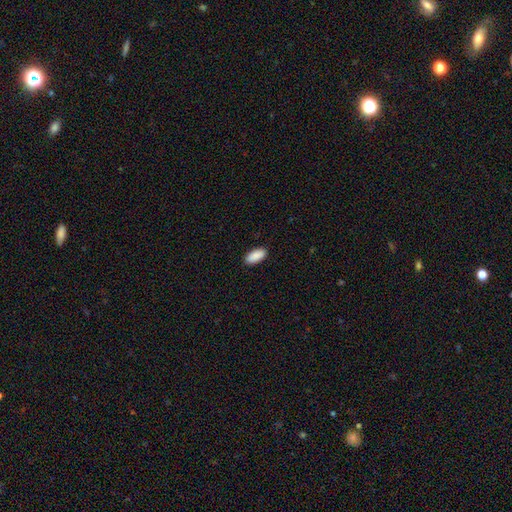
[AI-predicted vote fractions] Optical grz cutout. It shows a smooth galaxy with no disk features (91%) that is in between round and cigar-shaped (90%). Merging: none (90%).